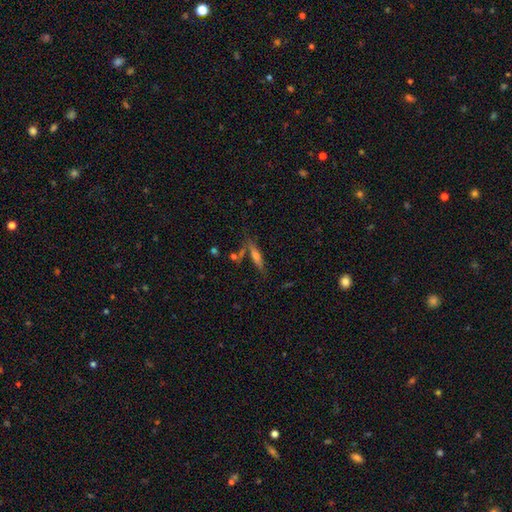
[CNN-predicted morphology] A smooth galaxy with no disk features (48%). Merging: none (71%).